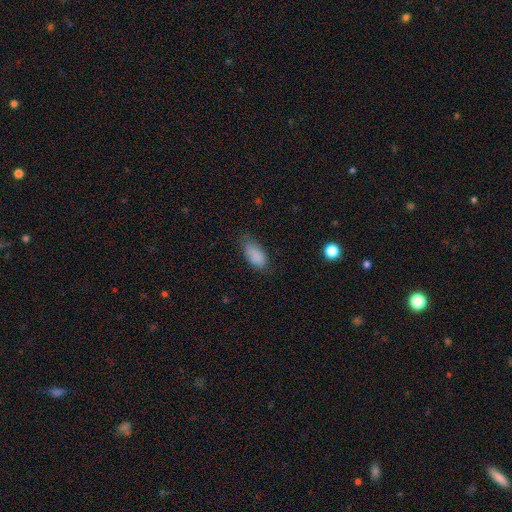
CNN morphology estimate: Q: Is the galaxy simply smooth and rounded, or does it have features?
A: smooth — 86%.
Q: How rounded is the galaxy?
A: in between — 90%.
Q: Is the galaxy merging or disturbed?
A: none — 59%.